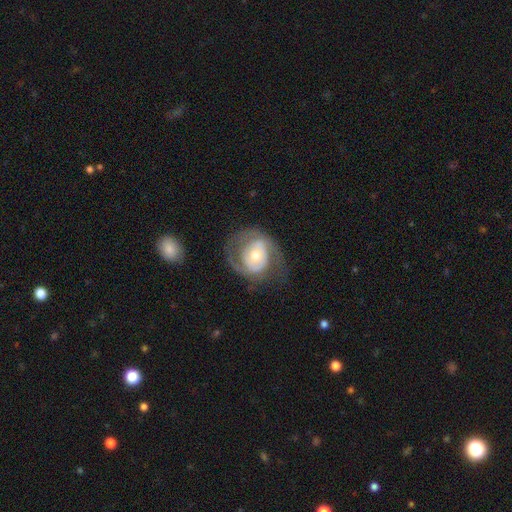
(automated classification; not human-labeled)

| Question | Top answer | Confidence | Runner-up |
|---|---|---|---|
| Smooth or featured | featured or disk | 71% | smooth (23%) |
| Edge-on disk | no | 97% | yes (3%) |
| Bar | no | 66% | weak (25%) |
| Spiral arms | yes | 76% | no (24%) |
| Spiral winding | tight | 43% | medium (39%) |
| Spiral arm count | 2 | 60% | can't tell (20%) |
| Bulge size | moderate | 57% | small (34%) |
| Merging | none | 55% | major disturbance (23%) |